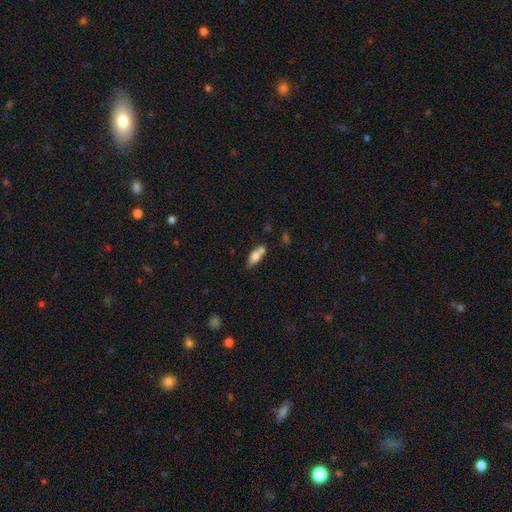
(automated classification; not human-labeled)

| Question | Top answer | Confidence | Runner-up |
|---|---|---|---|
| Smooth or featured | smooth | 67% | featured or disk (25%) |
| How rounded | in between | 69% | cigar-shaped (26%) |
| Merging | none | 45% | merger (33%) |